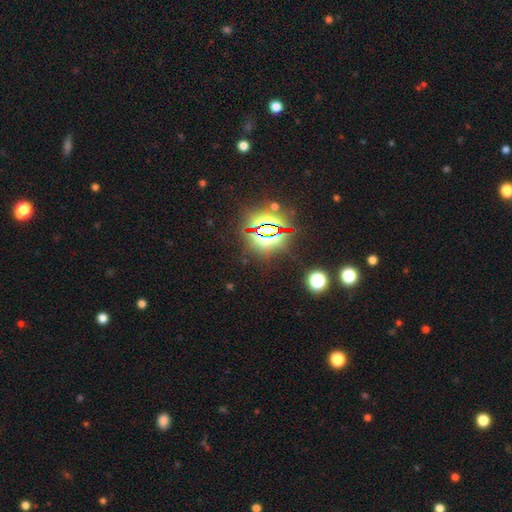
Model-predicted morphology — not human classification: A star or artifact, not a galaxy (84%).

Vote fractions:
- Smooth or featured? star or artifact: 84% / smooth: 9% / featured or disk: 7%